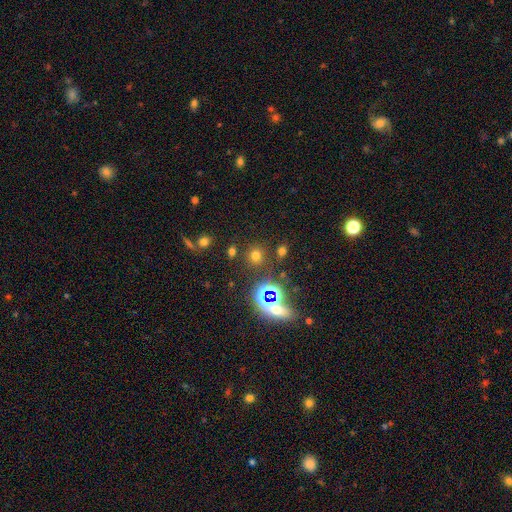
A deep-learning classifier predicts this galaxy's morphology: Smooth or featured? Predicted: smooth (p=0.62). How rounded? Predicted: round (p=0.86). Merging? Predicted: none (p=0.83).